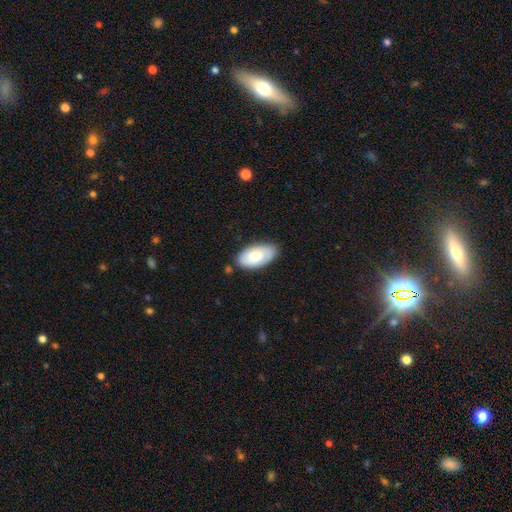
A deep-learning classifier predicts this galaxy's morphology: smooth_or_featured: smooth (p=0.73) [alt: featured or disk p=0.21]
how_rounded: in between (p=0.95) [alt: round p=0.03]
merging: none (p=0.80) [alt: minor disturbance p=0.14]